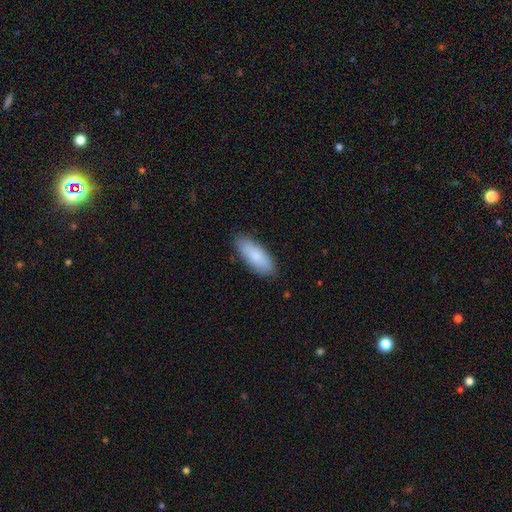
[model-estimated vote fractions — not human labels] Smooth or featured?
  - smooth: 83% *
  - featured or disk: 11%
  - star or artifact: 6%
How rounded?
  - in between: 77% *
  - cigar-shaped: 21%
  - round: 2%
Merging?
  - none: 85% *
  - minor disturbance: 12%
  - major disturbance: 2%
  - merger: 1%